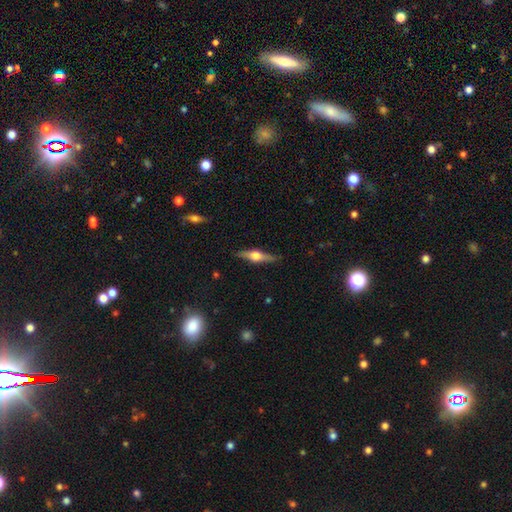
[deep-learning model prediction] This appears to be a featured or disk galaxy (69%) viewed edge-on (97%) with a rounded central bulge (93%). Merging: none (87%).